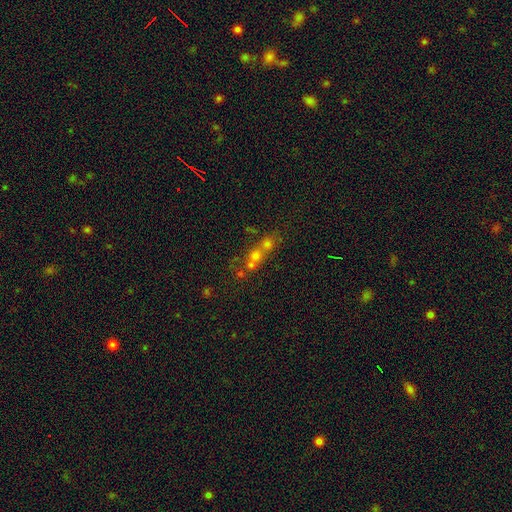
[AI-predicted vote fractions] This appears to be a smooth galaxy with no disk features (52%) that is round (70%). Merging: merger (58%).